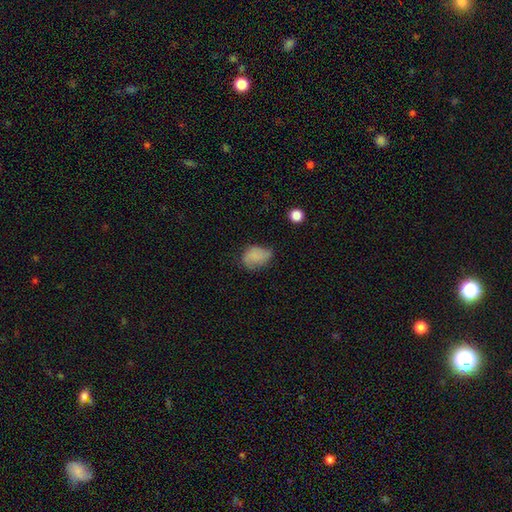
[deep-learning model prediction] A smooth galaxy with no disk features (72%) that is in between round and cigar-shaped (72%).

Vote fractions:
- Smooth or featured? smooth: 72% / featured or disk: 18% / star or artifact: 10%
- How rounded? in between: 72% / round: 27% / cigar-shaped: 1%
- Merging? none: 46% / minor disturbance: 35% / major disturbance: 16% / merger: 3%